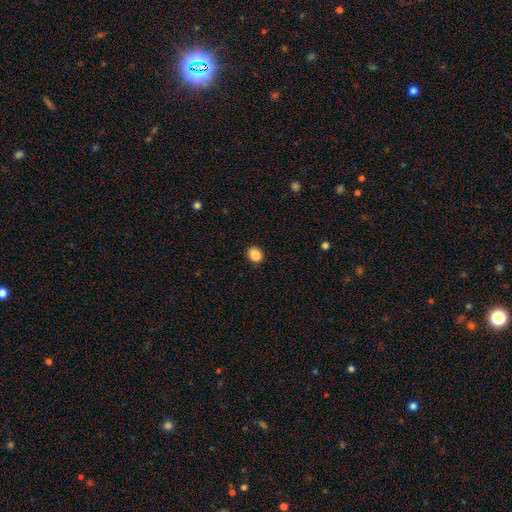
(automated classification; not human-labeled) smooth-or-featured: smooth: 85% | star or artifact: 10% | featured or disk: 5%
  how-rounded: round: 67% | in between: 32% | cigar-shaped: 1%
  merging: none: 91% | minor disturbance: 6% | major disturbance: 2% | merger: 1%